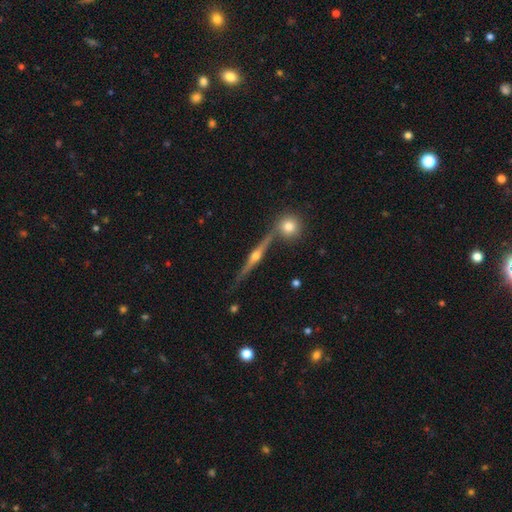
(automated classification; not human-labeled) This appears to be a featured or disk galaxy (84%) viewed edge-on (97%) with a rounded central bulge (94%). Merging: none (80%).